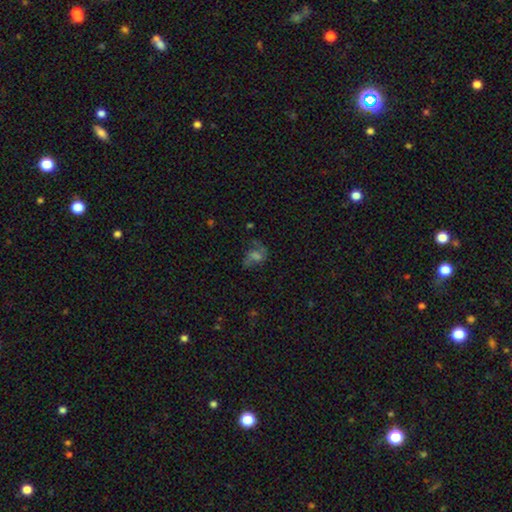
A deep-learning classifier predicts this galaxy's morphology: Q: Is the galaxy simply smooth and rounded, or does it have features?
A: featured or disk — 41%.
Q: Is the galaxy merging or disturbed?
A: none — 43%.